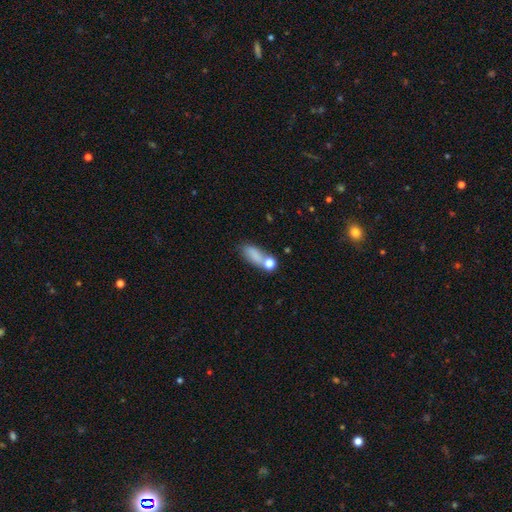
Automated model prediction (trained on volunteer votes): Q: Smooth or featured?
A: smooth (77%); runner-up: star or artifact (12%)
Q: How rounded?
A: in between (71%); runner-up: cigar-shaped (19%)
Q: Merging?
A: none (45%); runner-up: merger (26%)